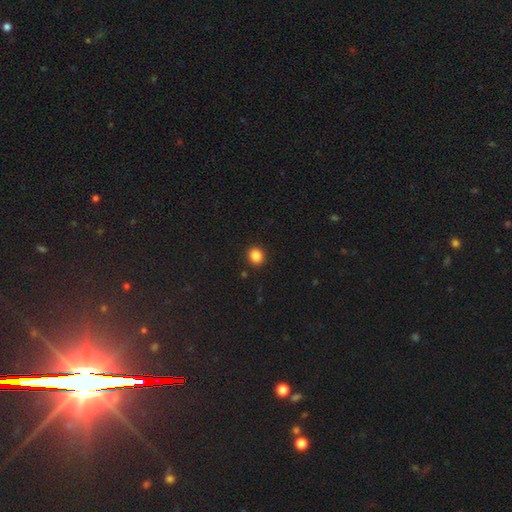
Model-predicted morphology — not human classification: A smooth galaxy with no disk features (86%) that is round (76%). Merging: none (91%).